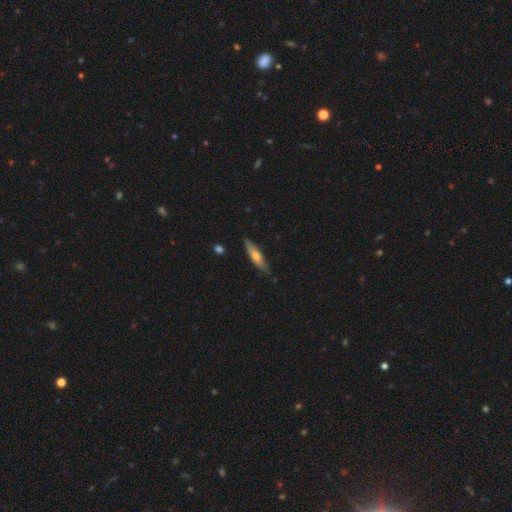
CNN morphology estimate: smooth 55%, featured or disk 39%, star or artifact 6%. Down the decision tree: how rounded — cigar-shaped (75%); merging — none (81%).